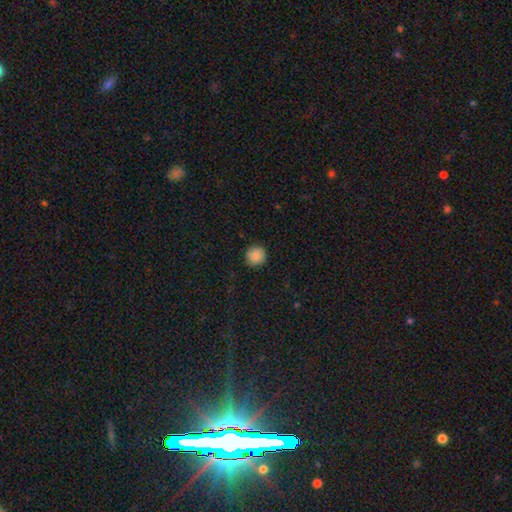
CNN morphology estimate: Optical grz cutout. It shows a smooth galaxy with no disk features (87%) that is round (94%). Merging: none (91%).